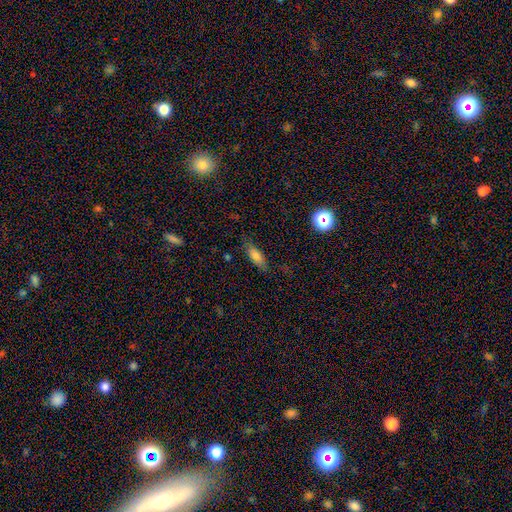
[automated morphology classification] smooth_or_featured: smooth (p=0.77) [alt: featured or disk p=0.14]
how_rounded: in between (p=0.64) [alt: cigar-shaped p=0.34]
merging: none (p=0.77) [alt: minor disturbance p=0.17]